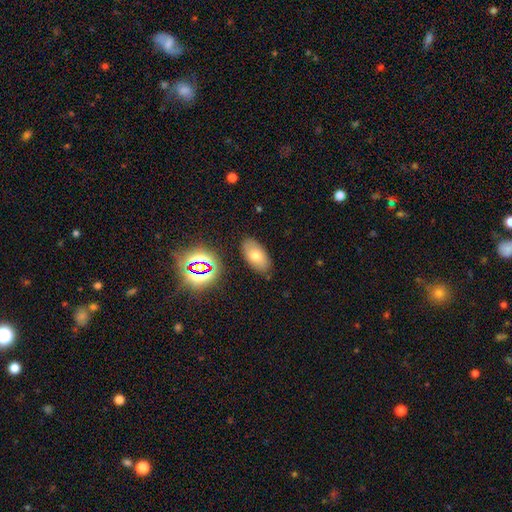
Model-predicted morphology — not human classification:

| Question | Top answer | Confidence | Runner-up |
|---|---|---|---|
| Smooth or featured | smooth | 66% | star or artifact (17%) |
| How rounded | in between | 92% | round (6%) |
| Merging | none | 85% | minor disturbance (10%) |